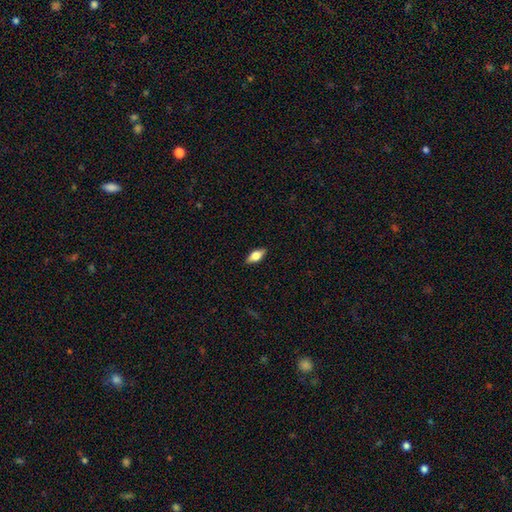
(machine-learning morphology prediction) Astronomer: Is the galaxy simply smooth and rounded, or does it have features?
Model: smooth — 63%.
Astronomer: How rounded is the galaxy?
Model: in between — 81%.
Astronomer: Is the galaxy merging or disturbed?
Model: none — 88%.